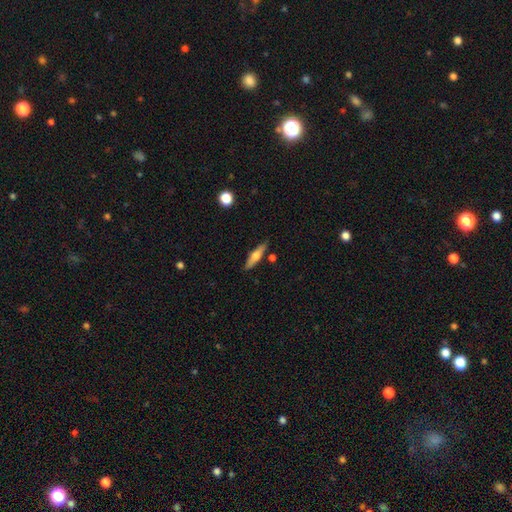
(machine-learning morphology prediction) smooth_or_featured: smooth (p=0.48) [alt: featured or disk p=0.46]
merging: none (p=0.85) [alt: minor disturbance p=0.09]